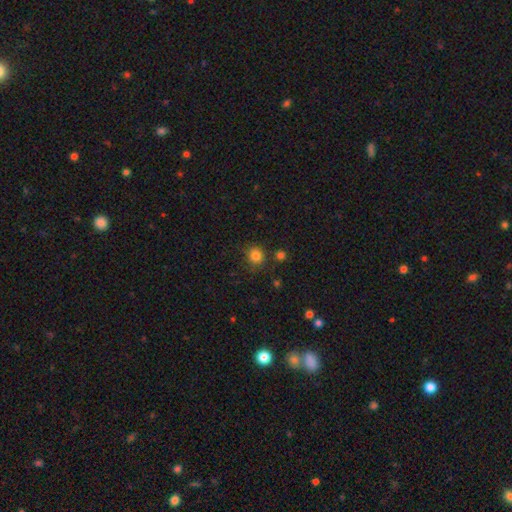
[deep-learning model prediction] smooth 82%, star or artifact 13%, featured or disk 5%. Down the decision tree: how rounded — round (90%); merging — none (83%).